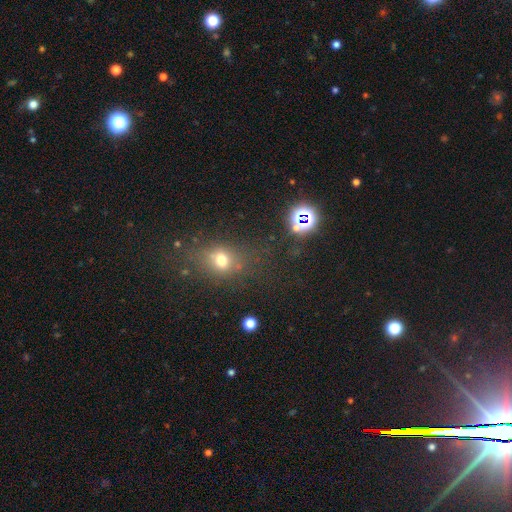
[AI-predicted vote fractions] Q: Smooth or featured?
A: smooth (50%); runner-up: star or artifact (37%)
Q: How rounded?
A: round (49%); runner-up: in between (46%)
Q: Merging?
A: none (78%); runner-up: minor disturbance (12%)